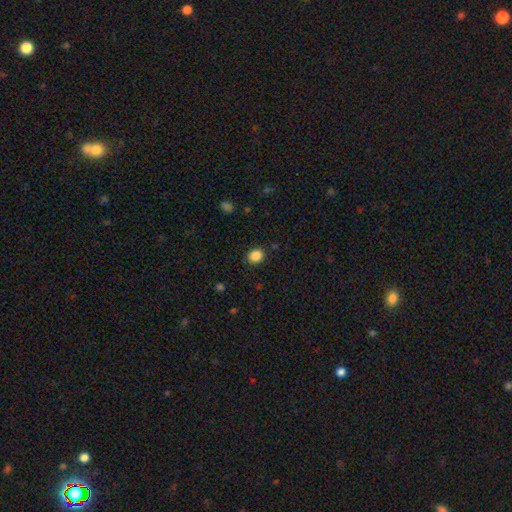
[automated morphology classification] A smooth galaxy with no disk features (87%) that is round (66%). Merging: none (88%).